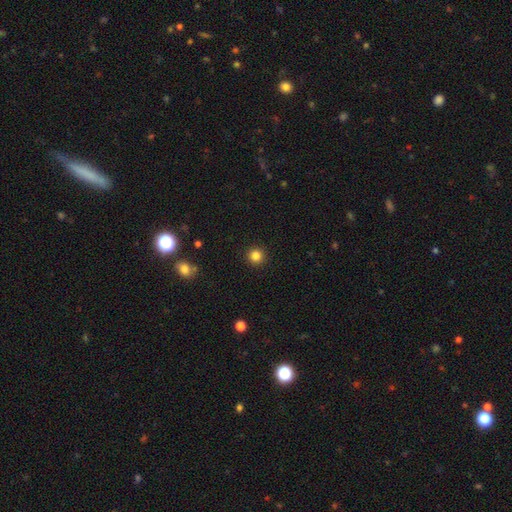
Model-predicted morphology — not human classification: smooth 84%, star or artifact 12%, featured or disk 4%. Down the decision tree: how rounded — round (95%); merging — none (93%).